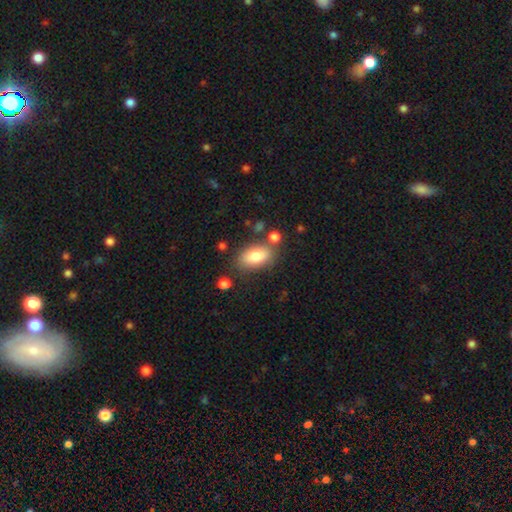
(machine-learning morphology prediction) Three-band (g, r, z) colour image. It shows a smooth galaxy with no disk features (80%) that is in between round and cigar-shaped (90%). Merging: none (72%).